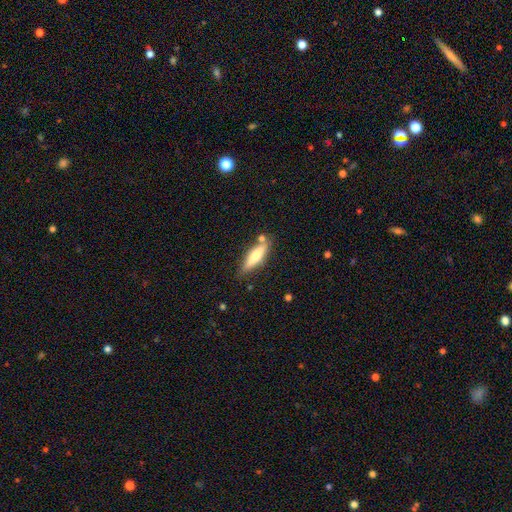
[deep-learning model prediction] Smooth or featured: smooth — 67% (featured or disk — 26%)
How rounded: cigar-shaped — 64% (in between — 34%)
Merging: none — 72% (minor disturbance — 16%)